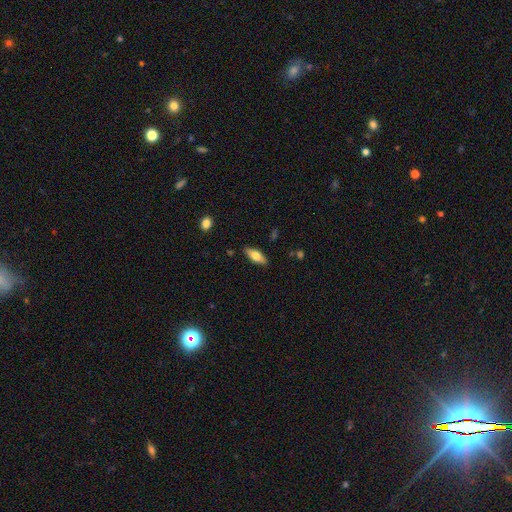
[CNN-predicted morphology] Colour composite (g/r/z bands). It shows a smooth galaxy with no disk features (67%) that is in between round and cigar-shaped (76%). Merging: none (87%).